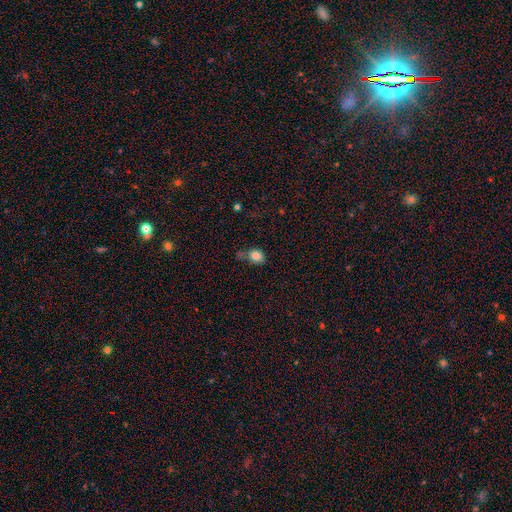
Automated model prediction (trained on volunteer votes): Overall: smooth (82%). How rounded: round (55%; in between 43%). Merging: none (43%; minor disturbance 27%).